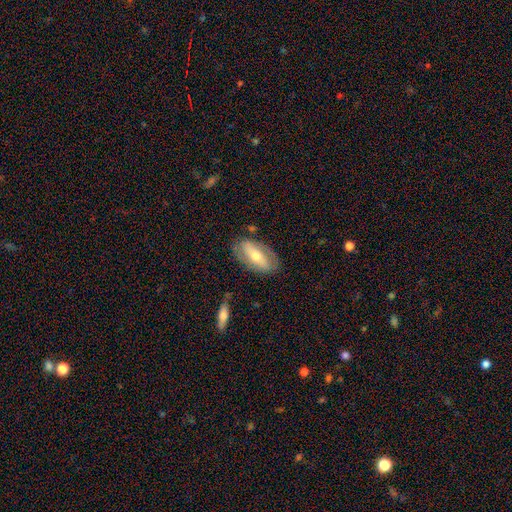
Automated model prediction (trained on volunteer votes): smooth_or_featured: featured or disk (p=0.53) [alt: smooth p=0.40]
disk_edge_on: no (p=0.81) [alt: yes p=0.19]
merging: none (p=0.76) [alt: minor disturbance p=0.16]